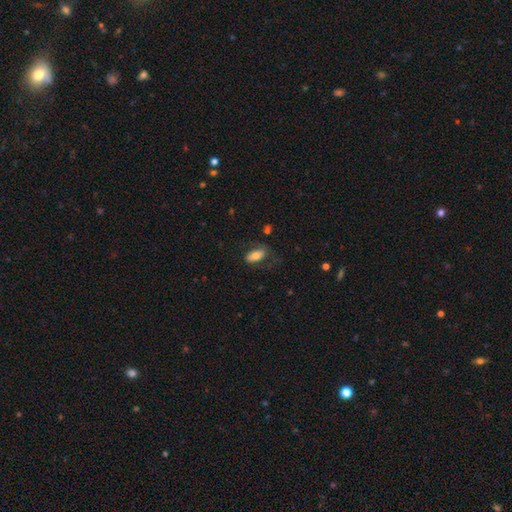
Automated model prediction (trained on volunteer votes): A smooth galaxy with no disk features (72%) that is in between round and cigar-shaped (88%).

Vote fractions:
- Smooth or featured? smooth: 72% / featured or disk: 21% / star or artifact: 7%
- How rounded? in between: 88% / cigar-shaped: 9% / round: 3%
- Merging? none: 63% / minor disturbance: 22% / major disturbance: 14% / merger: 2%